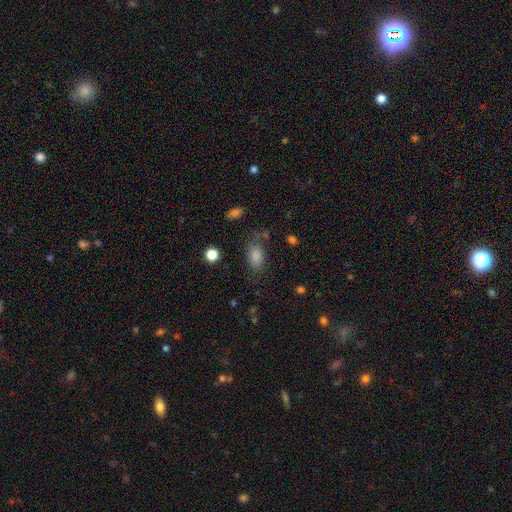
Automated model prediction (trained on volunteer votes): Q: Smooth or featured?
A: smooth (75%); runner-up: star or artifact (15%)
Q: How rounded?
A: in between (86%); runner-up: round (9%)
Q: Merging?
A: none (66%); runner-up: minor disturbance (19%)